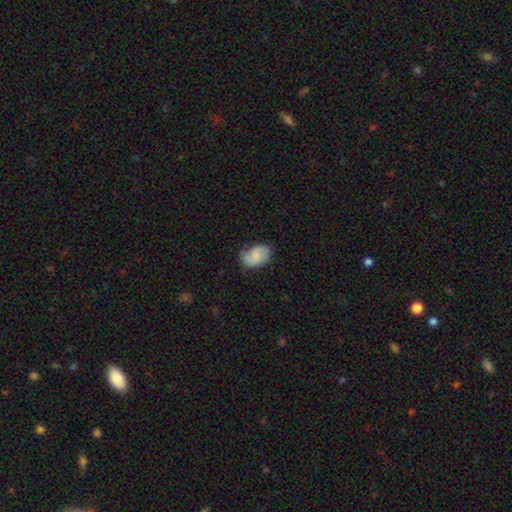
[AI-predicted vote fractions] Smooth or featured: smooth — 64% (featured or disk — 29%)
How rounded: in between — 87% (round — 12%)
Merging: none — 56% (minor disturbance — 32%)